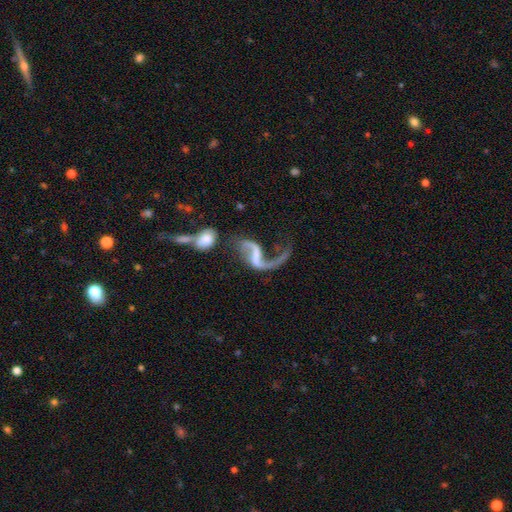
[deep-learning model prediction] Smooth or featured? Predicted: featured or disk (p=0.86). Edge-on disk? Predicted: no (p=0.97). Bar? Predicted: weak (p=0.39). Spiral arms? Predicted: yes (p=0.91). Spiral winding? Predicted: loose (p=0.91). Spiral arm count? Predicted: 2 (p=0.76). Bulge size? Predicted: none (p=0.55). Merging? Predicted: none (p=0.34).